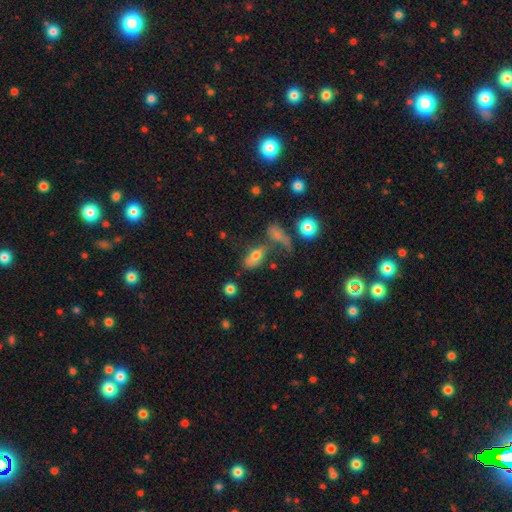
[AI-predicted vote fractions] smooth_or_featured: smooth (p=0.66) [alt: featured or disk p=0.23]
how_rounded: in between (p=0.82) [alt: cigar-shaped p=0.10]
merging: merger (p=0.35) [tied with: none p=0.35]